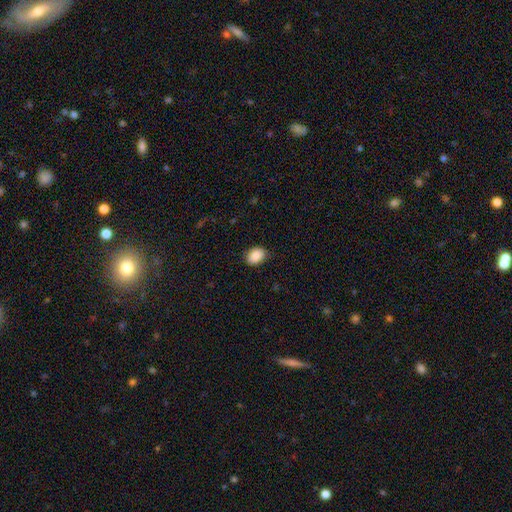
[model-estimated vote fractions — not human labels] The model was most divided on "how rounded": in between: 74%, round: 25%, cigar-shaped: 1%. More confident: smooth or featured — smooth (89%); merging — none (83%).